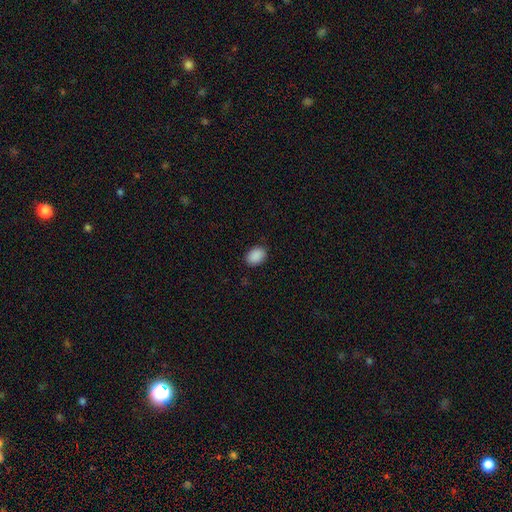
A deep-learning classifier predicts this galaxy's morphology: Smooth or featured? Predicted: smooth (p=0.90). How rounded? Predicted: in between (p=0.76). Merging? Predicted: none (p=0.87).